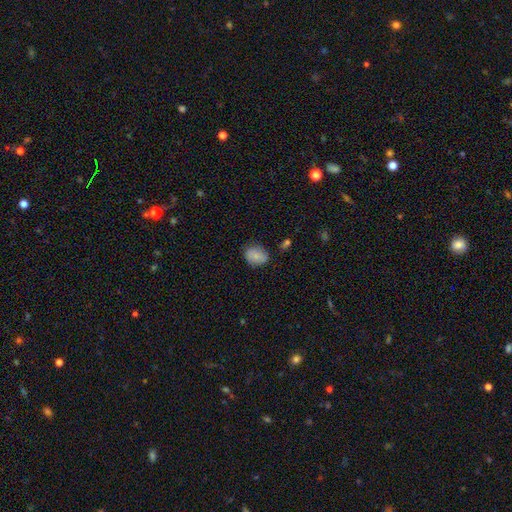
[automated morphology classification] Smooth or featured?
  - smooth: 83% *
  - featured or disk: 9%
  - star or artifact: 8%
How rounded?
  - in between: 64% *
  - round: 35%
  - cigar-shaped: 1%
Merging?
  - none: 71% *
  - minor disturbance: 23%
  - major disturbance: 4%
  - merger: 2%